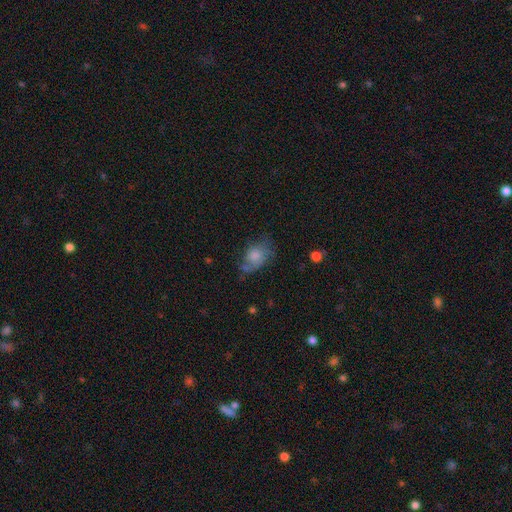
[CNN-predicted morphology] type=smooth (63%); roundness=in between (76%); merging=none (42%).